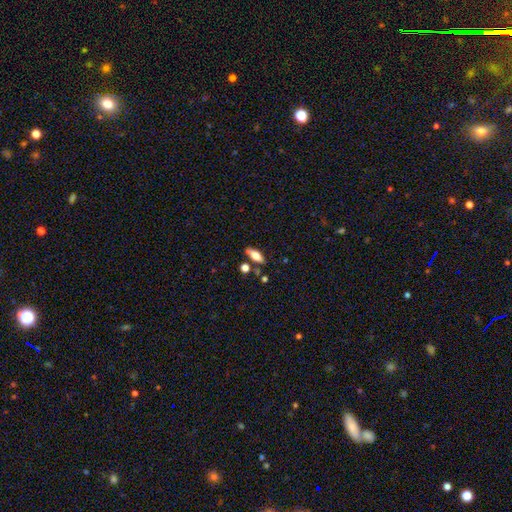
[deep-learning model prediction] Morphology: type=smooth (64%); roundness=in between (76%); merging=none (76%).